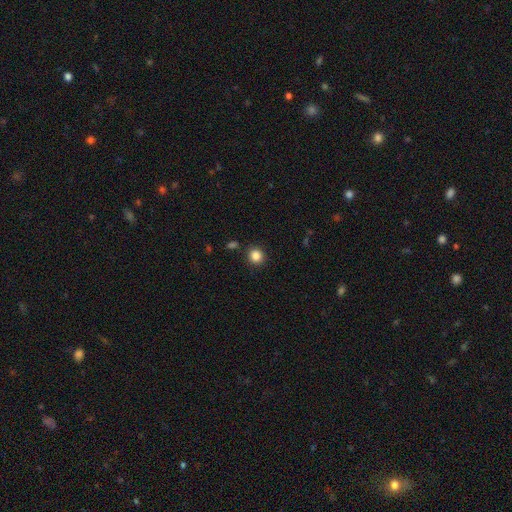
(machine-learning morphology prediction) type=smooth (85%); roundness=round (88%); merging=none (89%).